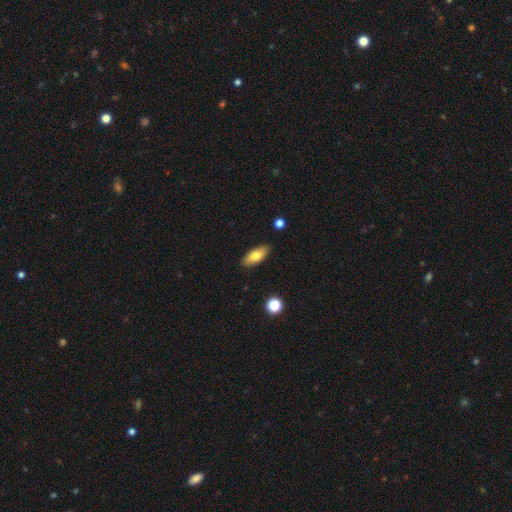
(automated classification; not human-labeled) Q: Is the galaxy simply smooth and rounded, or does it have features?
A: smooth — 76%.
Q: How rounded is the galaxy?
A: in between — 84%.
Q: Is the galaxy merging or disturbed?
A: none — 87%.